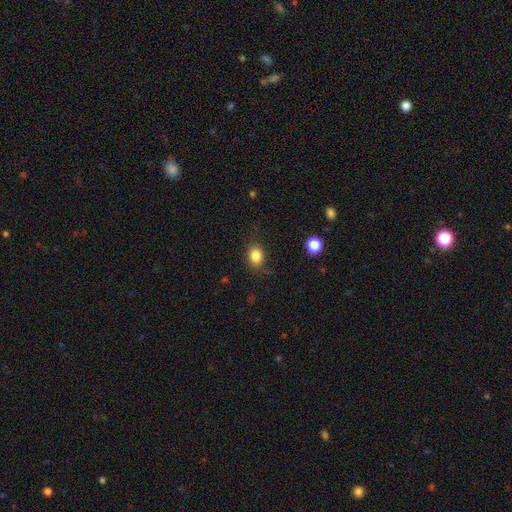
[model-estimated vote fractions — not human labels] A smooth galaxy with no disk features (83%) that is in between round and cigar-shaped (55%). Merging: none (83%).